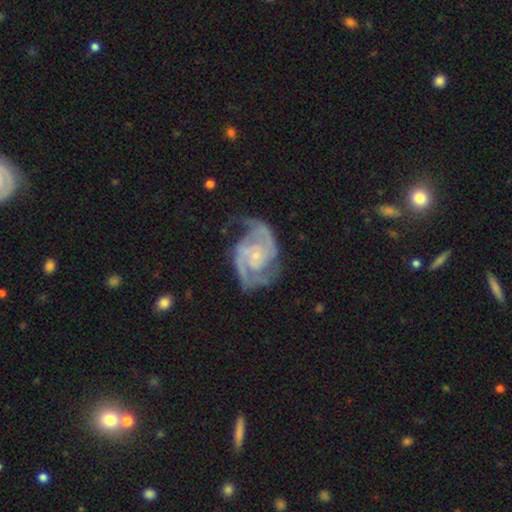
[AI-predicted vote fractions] Q: Smooth or featured?
A: featured or disk (90%); runner-up: smooth (5%)
Q: Edge-on disk?
A: no (98%); runner-up: yes (2%)
Q: Bar?
A: no (65%); runner-up: weak (27%)
Q: Spiral arms?
A: yes (97%); runner-up: no (3%)
Q: Spiral winding?
A: medium (49%); runner-up: tight (38%)
Q: Spiral arm count?
A: 2 (82%); runner-up: 3 (7%)
Q: Bulge size?
A: small (77%); runner-up: moderate (17%)
Q: Merging?
A: none (63%); runner-up: minor disturbance (21%)